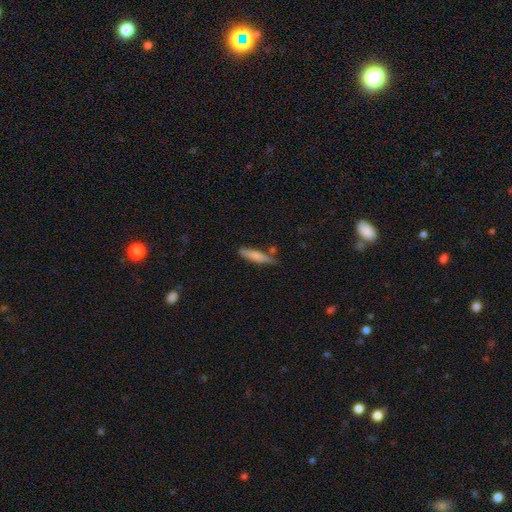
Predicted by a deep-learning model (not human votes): This appears to be a smooth galaxy with no disk features (72%) that is cigar-shaped (82%). Merging: none (68%).